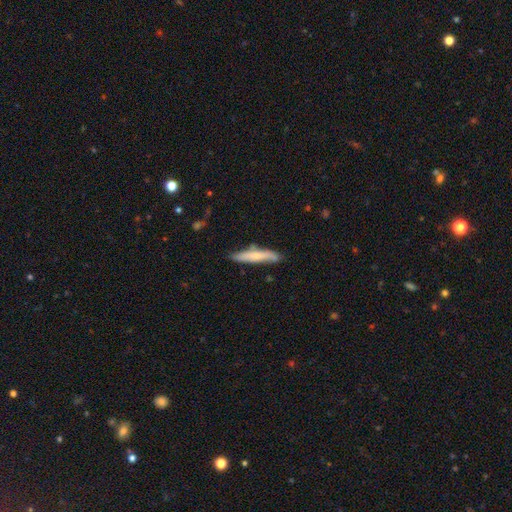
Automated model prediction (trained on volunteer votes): smooth 64%, featured or disk 31%, star or artifact 6%. Down the decision tree: how rounded — cigar-shaped (91%); merging — none (78%).